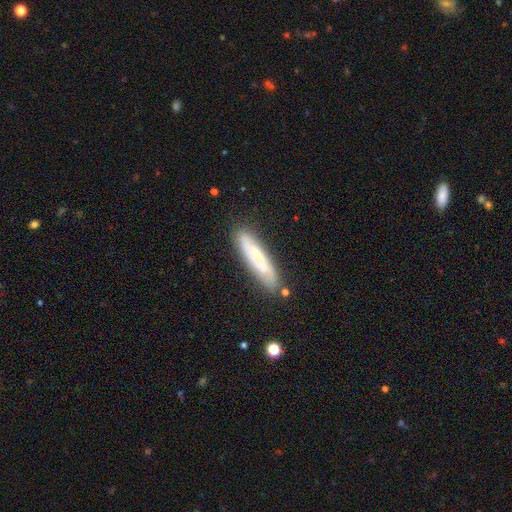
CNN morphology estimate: This is possibly a smooth galaxy (58%). How rounded: clearly cigar-shaped (85%). Merging: clearly none (82%).